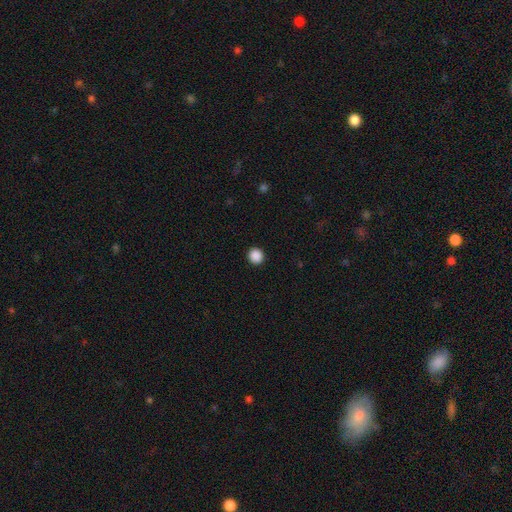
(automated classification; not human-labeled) This appears to be a smooth galaxy with no disk features (88%) that is round (92%). Merging: none (93%).